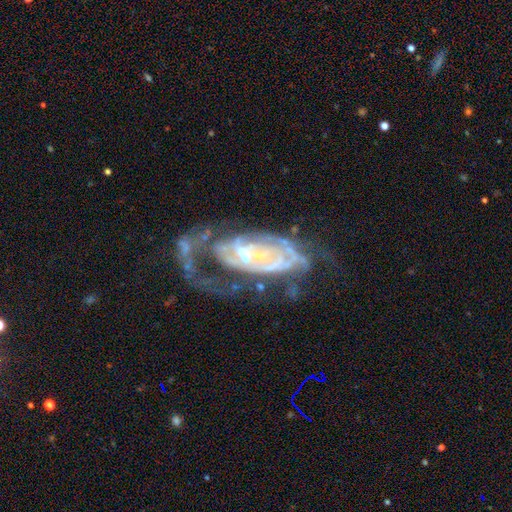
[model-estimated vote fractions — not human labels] smooth_or_featured: featured or disk (p=0.83) [alt: smooth p=0.08]
disk_edge_on: no (p=0.94) [alt: yes p=0.06]
bar: no (p=0.63) [alt: weak p=0.26]
has_spiral_arms: yes (p=0.81) [alt: no p=0.19]
spiral_winding: tight (p=0.56) [alt: medium p=0.29]
spiral_arm_count: can't tell (p=0.41) [alt: 2 p=0.26]
bulge_size: small (p=0.64) [alt: moderate p=0.26]
merging: major disturbance (p=0.43) [alt: none p=0.28]